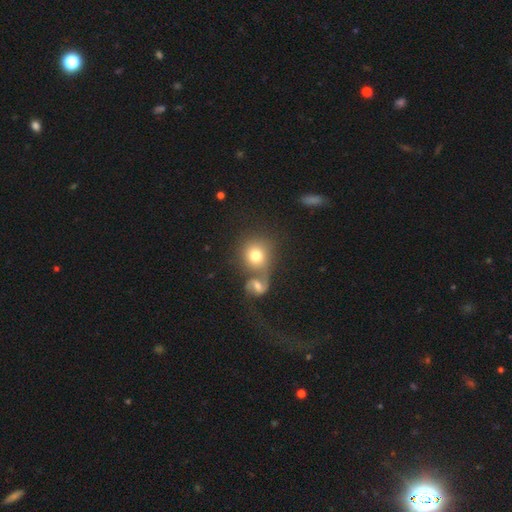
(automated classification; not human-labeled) Q: Smooth or featured?
A: smooth (69%); runner-up: featured or disk (23%)
Q: How rounded?
A: round (82%); runner-up: in between (17%)
Q: Merging?
A: merger (46%); runner-up: none (38%)